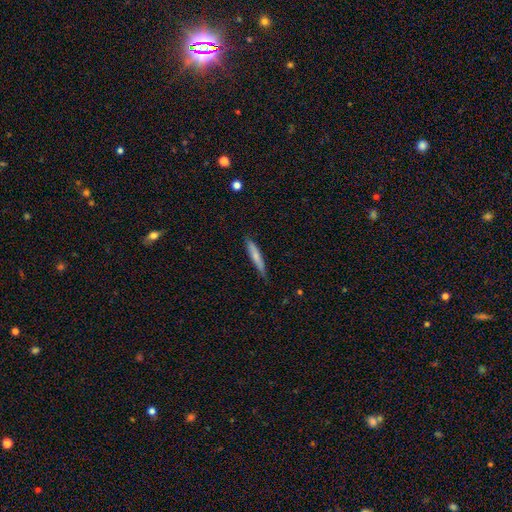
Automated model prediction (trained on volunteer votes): Smooth or featured? Predicted: smooth (p=0.70). How rounded? Predicted: cigar-shaped (p=0.92). Merging? Predicted: none (p=0.81).